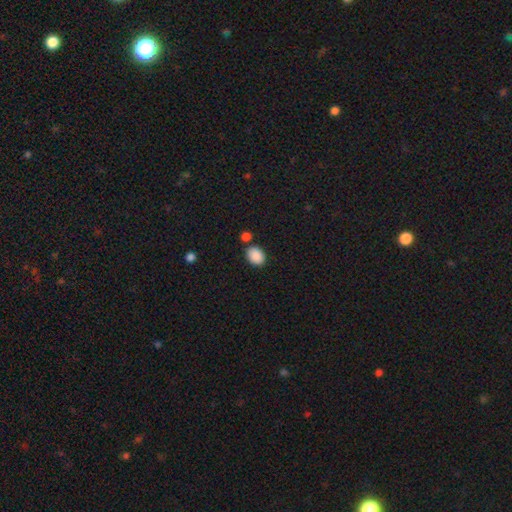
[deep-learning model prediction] The model was most divided on "how rounded": in between: 72%, round: 28%, cigar-shaped: 1%. More confident: smooth or featured — smooth (89%); merging — none (77%).